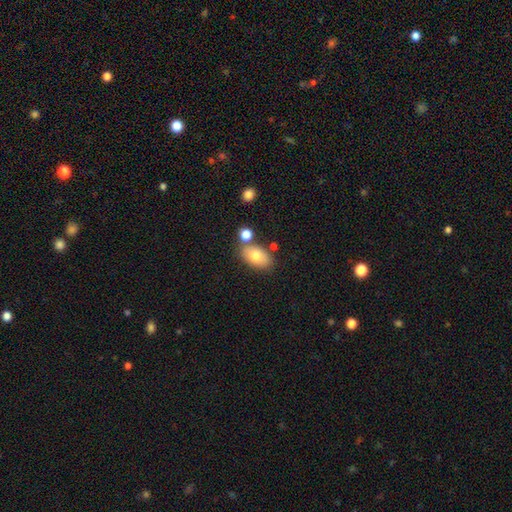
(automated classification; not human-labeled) Smooth or featured: smooth — 75% (featured or disk — 17%)
How rounded: in between — 89% (round — 9%)
Merging: none — 69% (merger — 14%)